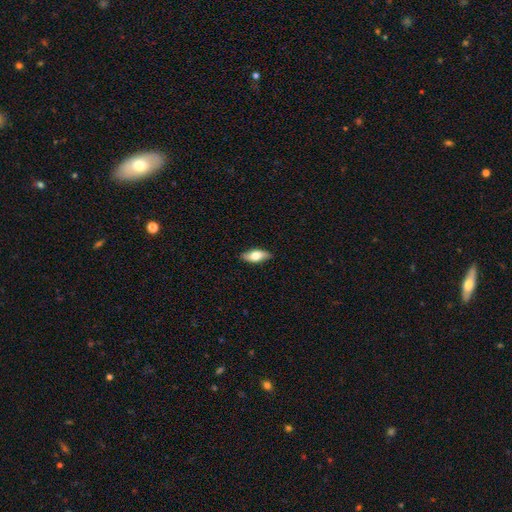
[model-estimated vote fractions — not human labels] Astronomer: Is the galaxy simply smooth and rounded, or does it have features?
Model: smooth — 66%.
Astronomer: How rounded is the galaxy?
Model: in between — 77%.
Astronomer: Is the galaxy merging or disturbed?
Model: none — 86%.